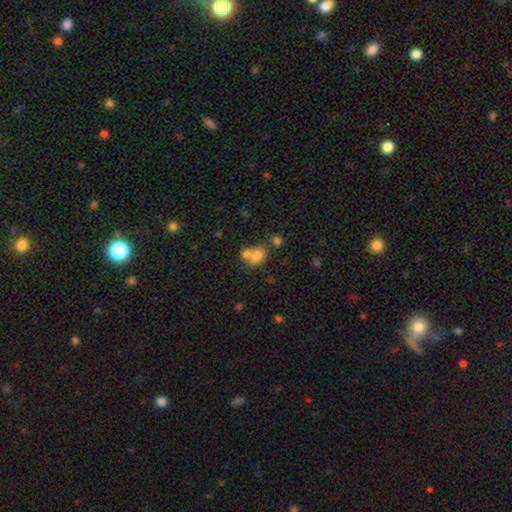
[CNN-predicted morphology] Smooth or featured? smooth (75%)
How rounded? round (52%)
Merging? merger (52%)